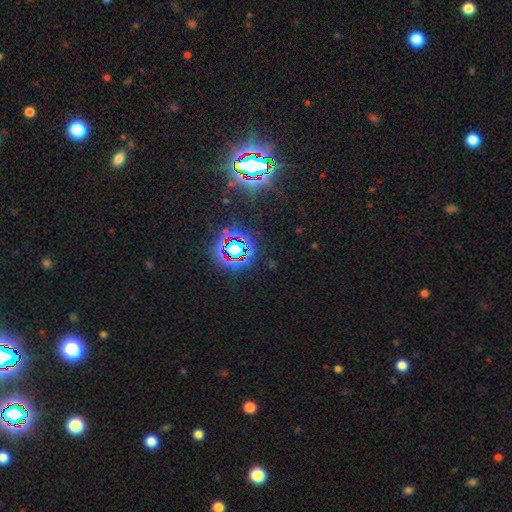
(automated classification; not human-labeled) Smooth or featured? star or artifact (82%)